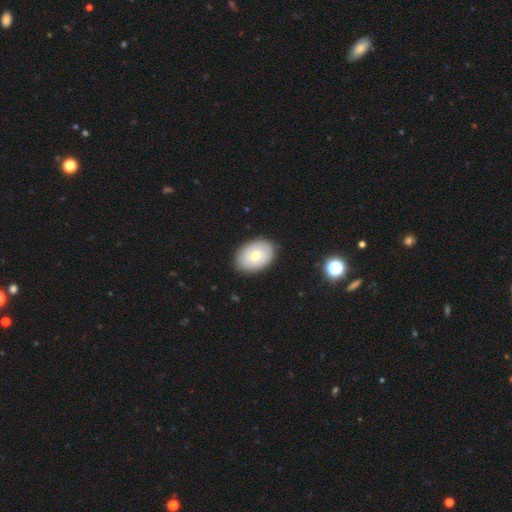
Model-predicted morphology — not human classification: This appears to be a smooth galaxy with no disk features (63%) that is in between round and cigar-shaped (76%). Merging: none (87%).